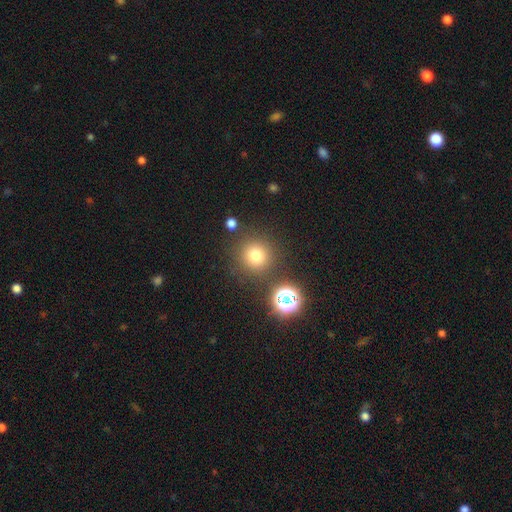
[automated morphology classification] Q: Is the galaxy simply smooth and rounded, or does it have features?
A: smooth — 75%.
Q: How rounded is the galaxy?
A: round — 94%.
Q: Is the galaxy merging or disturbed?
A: none — 84%.